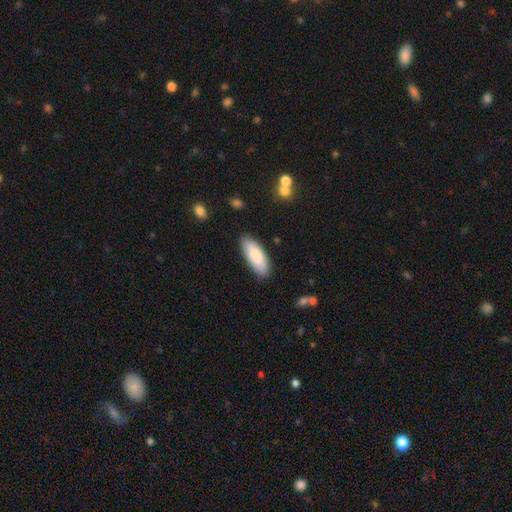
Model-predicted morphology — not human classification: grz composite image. It shows a smooth galaxy with no disk features (85%) that is in between round and cigar-shaped (74%). Merging: none (86%).